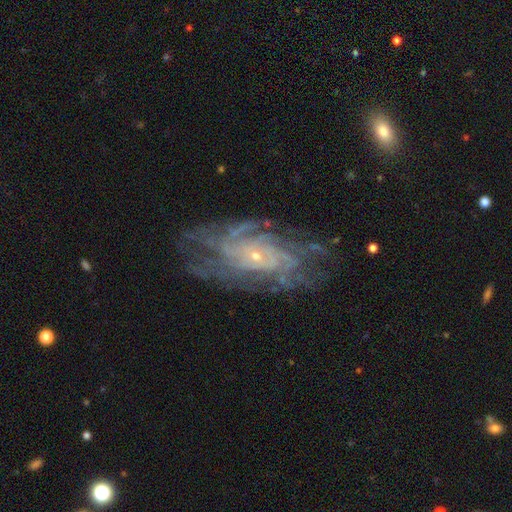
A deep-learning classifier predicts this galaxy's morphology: smooth_or_featured: featured or disk (p=0.85) [alt: star or artifact p=0.08]
disk_edge_on: no (p=0.94) [alt: yes p=0.06]
bar: no (p=0.73) [alt: weak p=0.21]
has_spiral_arms: yes (p=0.92) [alt: no p=0.08]
spiral_winding: tight (p=0.62) [alt: medium p=0.29]
spiral_arm_count: can't tell (p=0.42) [alt: 4 p=0.16]
bulge_size: small (p=0.83) [alt: moderate p=0.13]
merging: none (p=0.69) [alt: minor disturbance p=0.18]